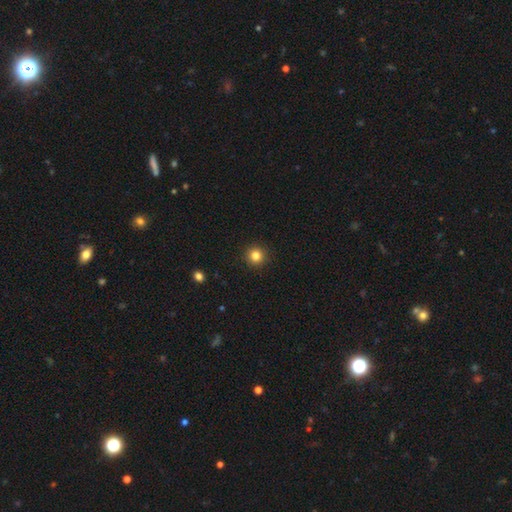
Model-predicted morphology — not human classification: Smooth or featured: smooth — 83% (star or artifact — 12%)
How rounded: round — 95% (in between — 4%)
Merging: none — 93% (minor disturbance — 4%)